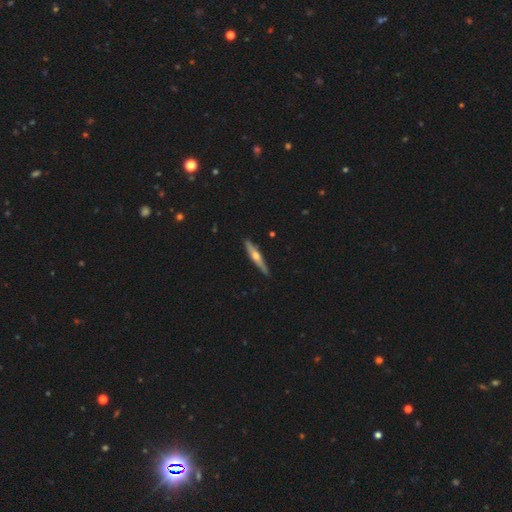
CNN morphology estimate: Smooth or featured? featured or disk (64%)
Edge-on disk? yes (96%)
Edge-on bulge? rounded (90%)
Merging? none (89%)